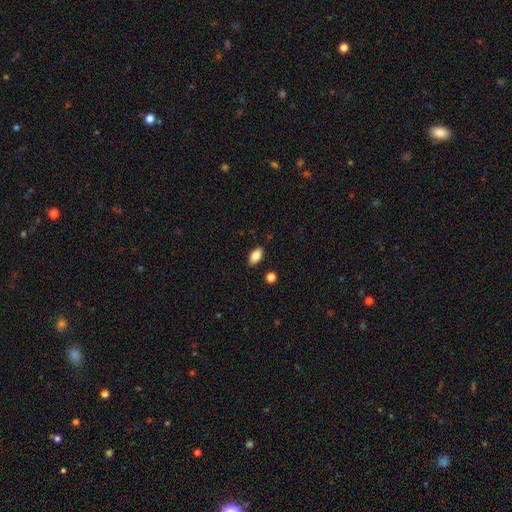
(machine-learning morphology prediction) type=smooth (82%); roundness=in between (91%); merging=none (87%).